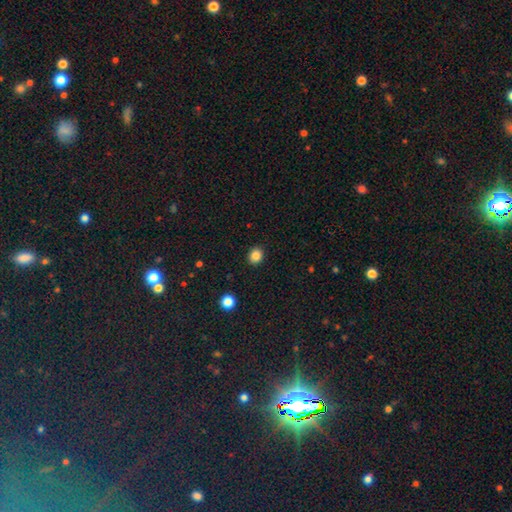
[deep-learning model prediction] This appears to be a smooth galaxy with no disk features (85%) that is round (70%). Merging: none (91%).